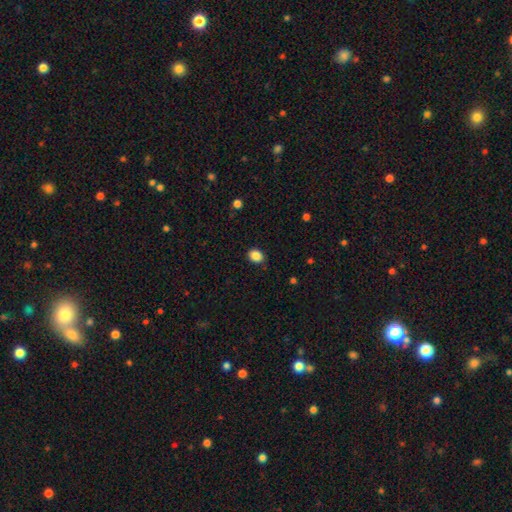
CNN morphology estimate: The model was most divided on "how rounded": round: 53%, in between: 46%, cigar-shaped: 1%. More confident: merging — none (89%); smooth or featured — smooth (87%).